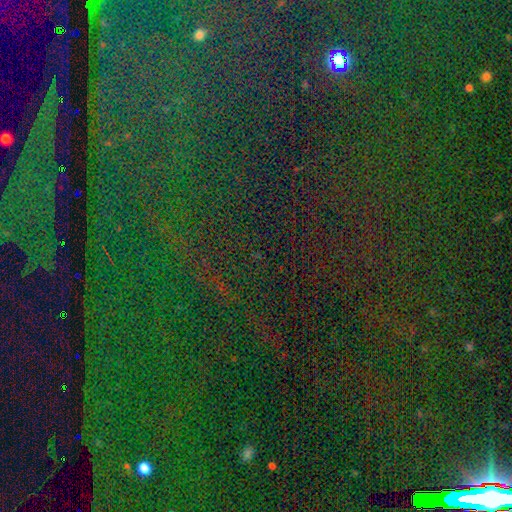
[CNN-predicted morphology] star or artifact 82%, smooth 10%, featured or disk 8%.